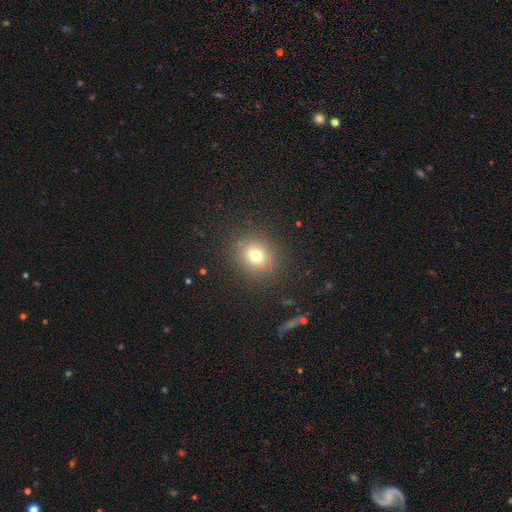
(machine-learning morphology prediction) Smooth or featured: smooth — 74% (star or artifact — 17%)
How rounded: round — 78% (in between — 21%)
Merging: none — 87% (minor disturbance — 8%)